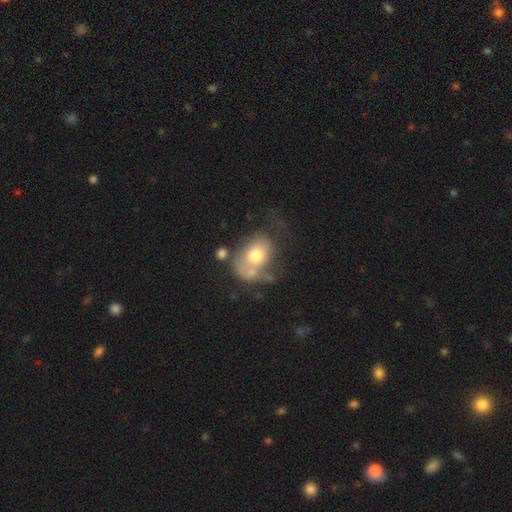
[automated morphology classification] Smooth or featured: smooth — 64% (featured or disk — 28%)
How rounded: in between — 63% (round — 36%)
Merging: major disturbance — 29% (none — 28%)